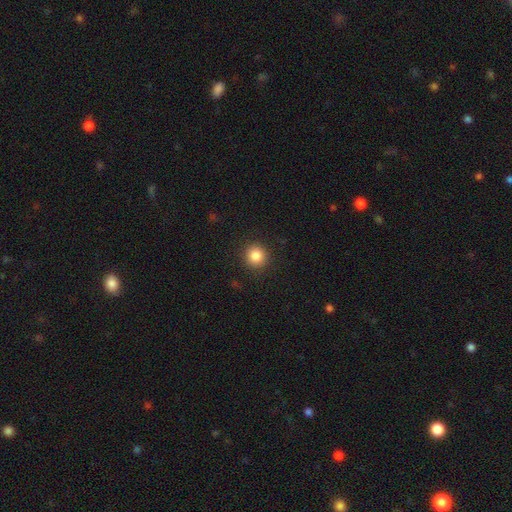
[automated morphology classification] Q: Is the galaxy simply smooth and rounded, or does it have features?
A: smooth — 85%.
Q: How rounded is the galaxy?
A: round — 92%.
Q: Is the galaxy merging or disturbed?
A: none — 91%.